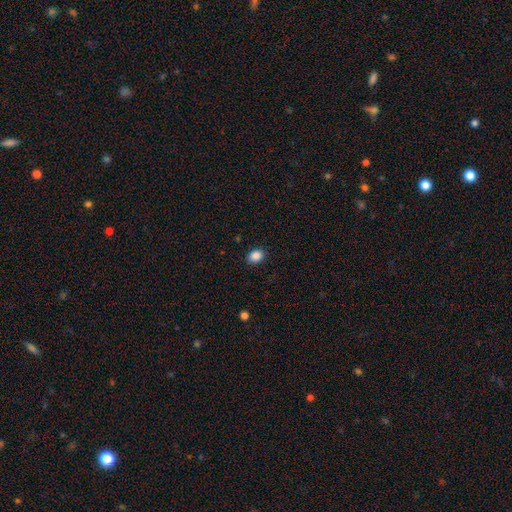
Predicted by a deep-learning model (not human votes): A smooth galaxy with no disk features (87%) that is in between round and cigar-shaped (62%).

Vote fractions:
- Smooth or featured? smooth: 87% / star or artifact: 10% / featured or disk: 3%
- How rounded? in between: 62% / round: 37% / cigar-shaped: 1%
- Merging? none: 89% / minor disturbance: 8% / major disturbance: 2% / merger: 1%